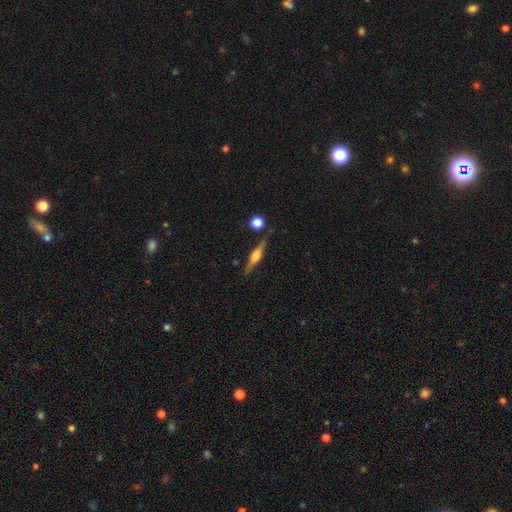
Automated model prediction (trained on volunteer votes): Smooth or featured?
  - featured or disk: 74% *
  - smooth: 19%
  - star or artifact: 7%
Edge-on disk?
  - yes: 97% *
  - no: 3%
Edge-on bulge?
  - rounded: 84% *
  - boxy: 13%
  - none: 3%
Merging?
  - none: 84% *
  - minor disturbance: 10%
  - merger: 4%
  - major disturbance: 2%